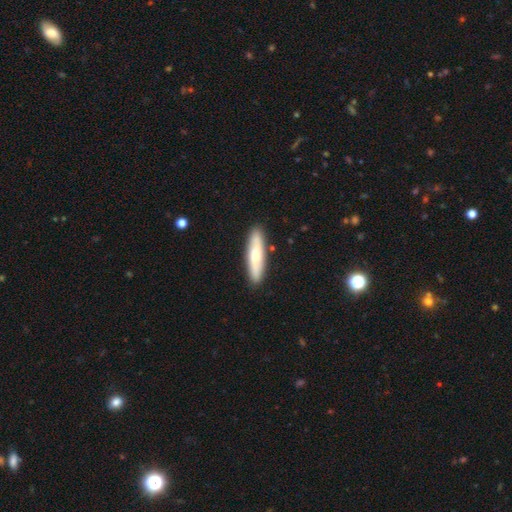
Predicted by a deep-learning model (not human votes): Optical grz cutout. It shows a smooth galaxy with no disk features (65%) that is cigar-shaped (78%). Merging: none (89%).